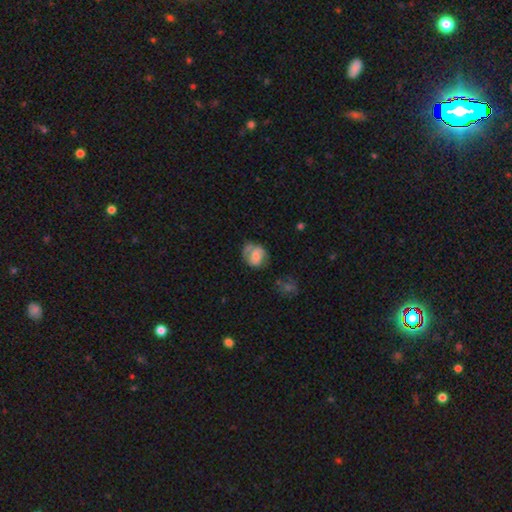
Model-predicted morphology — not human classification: A smooth galaxy with no disk features (54%) that is round (60%).

Vote fractions:
- Smooth or featured? smooth: 54% / featured or disk: 37% / star or artifact: 8%
- How rounded? round: 60% / in between: 39% / cigar-shaped: 1%
- Merging? none: 48% / minor disturbance: 29% / major disturbance: 18% / merger: 6%